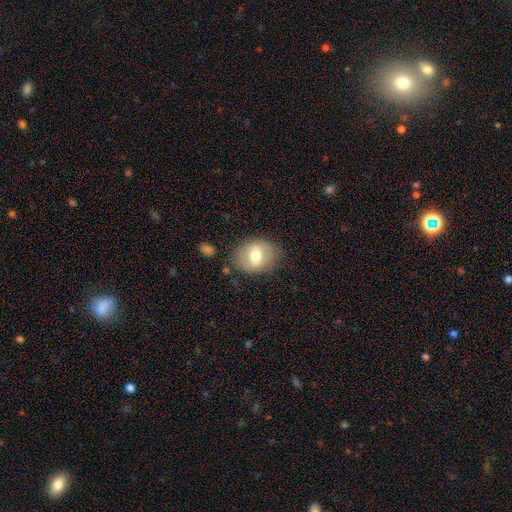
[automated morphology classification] A smooth galaxy with no disk features (59%) that is in between round and cigar-shaped (54%).

Vote fractions:
- Smooth or featured? smooth: 59% / featured or disk: 34% / star or artifact: 8%
- How rounded? in between: 54% / round: 44% / cigar-shaped: 1%
- Merging? none: 76% / minor disturbance: 15% / major disturbance: 6% / merger: 3%